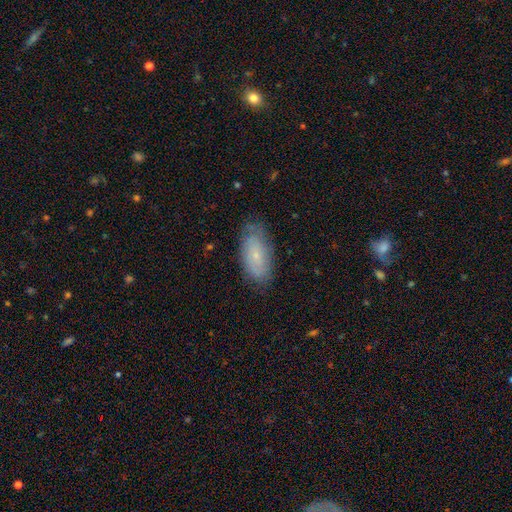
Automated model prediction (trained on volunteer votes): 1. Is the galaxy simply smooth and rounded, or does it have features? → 54% smooth, 39% featured or disk, 8% star or artifact.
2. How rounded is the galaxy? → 89% in between, 8% cigar-shaped, 3% round.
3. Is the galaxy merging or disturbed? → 71% none, 22% minor disturbance, 6% major disturbance, 1% merger.